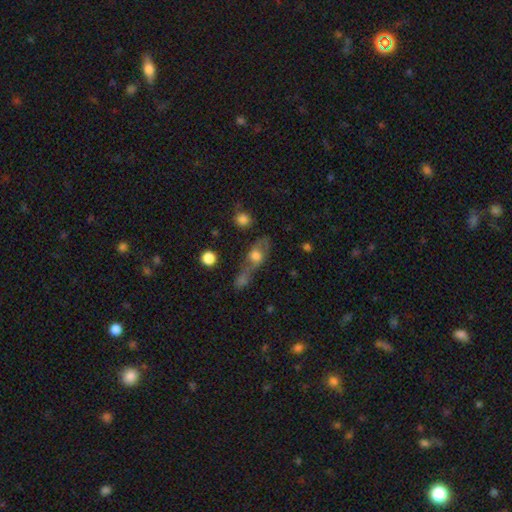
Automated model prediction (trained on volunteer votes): smooth-or-featured: smooth: 58% | featured or disk: 30% | star or artifact: 13%
  how-rounded: in between: 59% | round: 26% | cigar-shaped: 14%
  merging: merger: 36% | none: 35% | minor disturbance: 16% | major disturbance: 14%